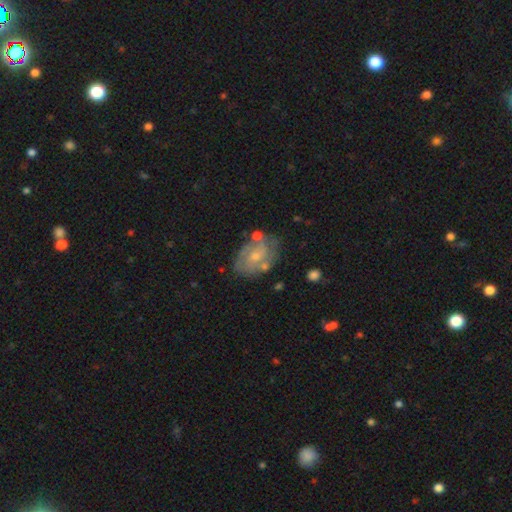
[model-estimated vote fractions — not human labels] Smooth or featured? Predicted: featured or disk (p=0.63). Edge-on disk? Predicted: no (p=0.97). Bar? Predicted: no (p=0.63). Spiral arms? Predicted: yes (p=0.70). Bulge size? Predicted: small (p=0.48). Merging? Predicted: none (p=0.60).